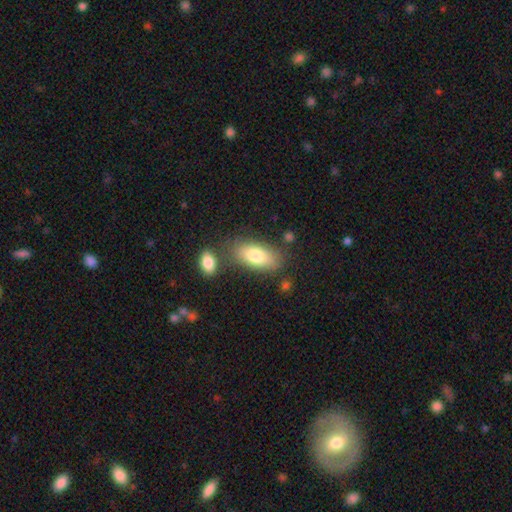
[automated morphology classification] smooth_or_featured: smooth (p=0.80) [alt: featured or disk p=0.14]
how_rounded: in between (p=0.89) [alt: cigar-shaped p=0.08]
merging: none (p=0.73) [alt: minor disturbance p=0.14]